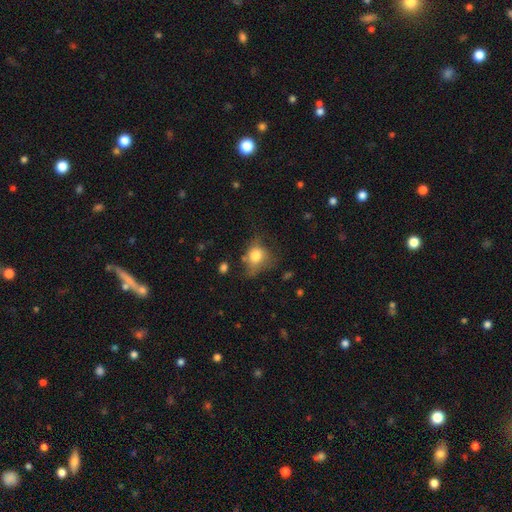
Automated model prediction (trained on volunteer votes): Smooth or featured: smooth — 74% (featured or disk — 15%)
How rounded: round — 61% (in between — 38%)
Merging: none — 41% (minor disturbance — 32%)